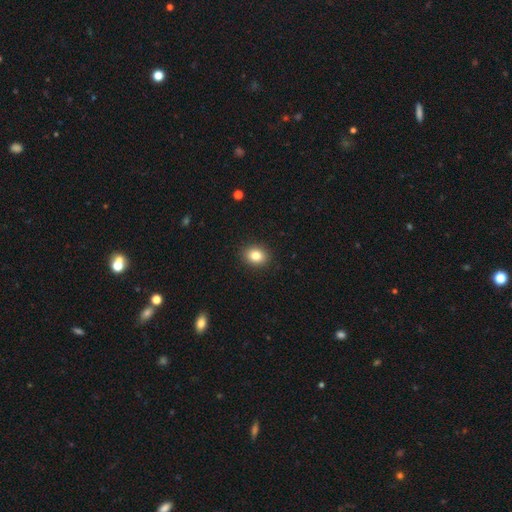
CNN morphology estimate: smooth-or-featured: smooth: 84% | star or artifact: 10% | featured or disk: 7%
  how-rounded: round: 52% | in between: 47% | cigar-shaped: 1%
  merging: none: 91% | minor disturbance: 7% | major disturbance: 2% | merger: 1%